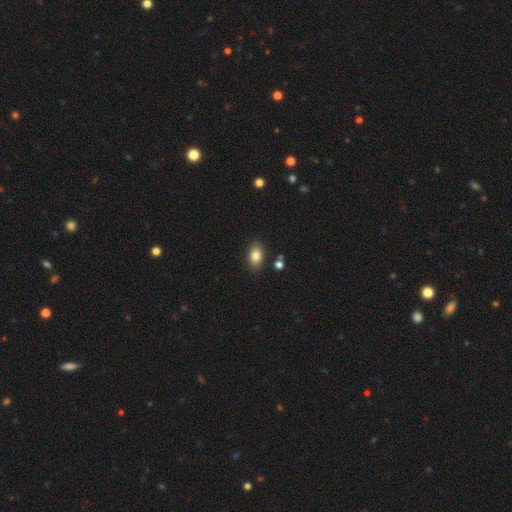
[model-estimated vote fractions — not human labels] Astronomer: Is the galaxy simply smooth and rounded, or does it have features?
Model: smooth — 84%.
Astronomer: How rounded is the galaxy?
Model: in between — 86%.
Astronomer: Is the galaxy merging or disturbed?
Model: none — 83%.